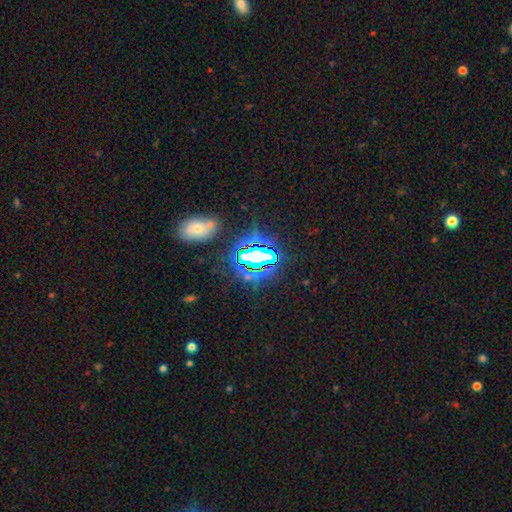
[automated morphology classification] smooth_or_featured: star or artifact (p=0.74) [alt: smooth p=0.15]